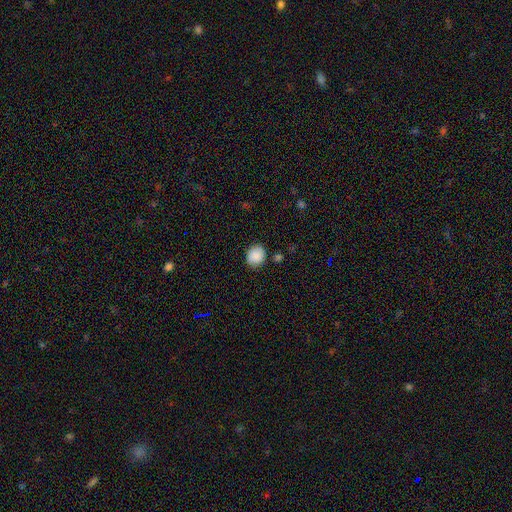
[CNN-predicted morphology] smooth_or_featured: smooth (p=0.87) [alt: star or artifact p=0.08]
how_rounded: round (p=0.69) [alt: in between p=0.30]
merging: none (p=0.83) [alt: minor disturbance p=0.12]